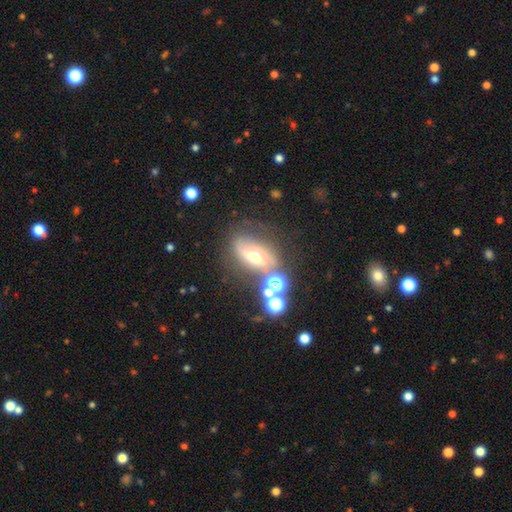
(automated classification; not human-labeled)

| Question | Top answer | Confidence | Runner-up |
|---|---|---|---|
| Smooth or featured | featured or disk | 52% | smooth (29%) |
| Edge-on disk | no | 83% | yes (17%) |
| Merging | none | 50% | minor disturbance (20%) |